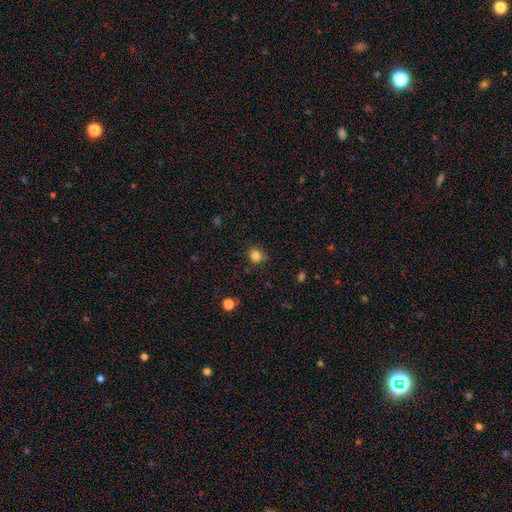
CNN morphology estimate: smooth_or_featured: smooth (p=0.83) [alt: star or artifact p=0.13]
how_rounded: round (p=0.85) [alt: in between p=0.14]
merging: none (p=0.76) [alt: minor disturbance p=0.18]